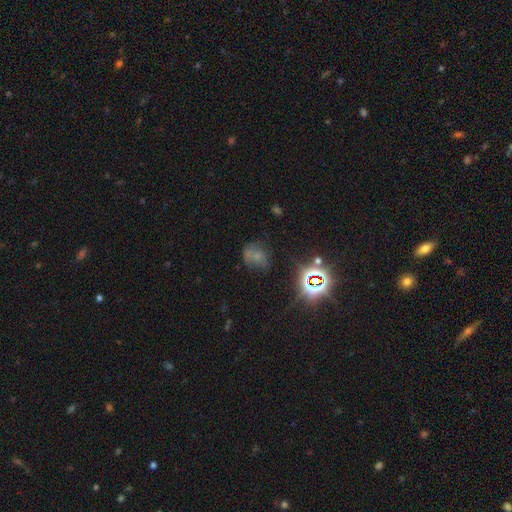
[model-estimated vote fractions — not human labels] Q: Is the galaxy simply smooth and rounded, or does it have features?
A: smooth — 40%, tied with star or artifact.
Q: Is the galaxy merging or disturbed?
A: none — 52%.